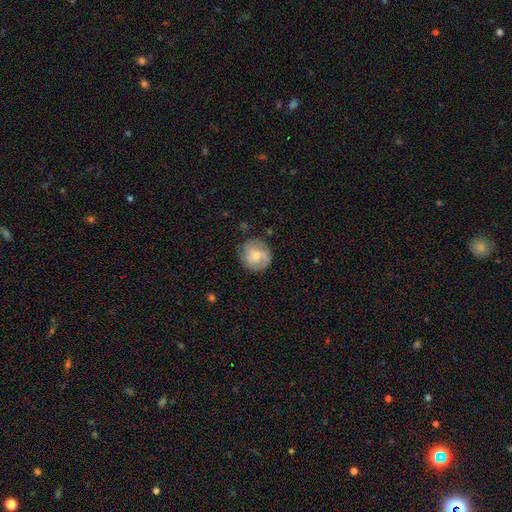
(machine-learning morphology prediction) A featured or disk galaxy (47%).

Vote fractions:
- Smooth or featured? featured or disk: 47% / smooth: 46% / star or artifact: 7%
- Merging? none: 80% / minor disturbance: 14% / major disturbance: 4% / merger: 1%